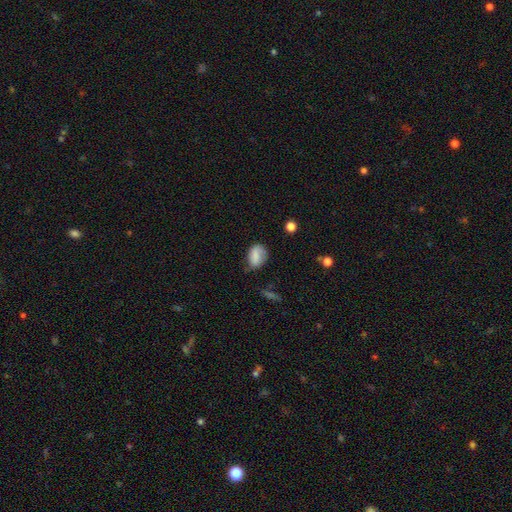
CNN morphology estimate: A smooth galaxy with no disk features (78%) that is in between round and cigar-shaped (76%).

Vote fractions:
- Smooth or featured? smooth: 78% / featured or disk: 14% / star or artifact: 9%
- How rounded? in between: 76% / round: 22% / cigar-shaped: 2%
- Merging? none: 54% / minor disturbance: 32% / major disturbance: 11% / merger: 3%